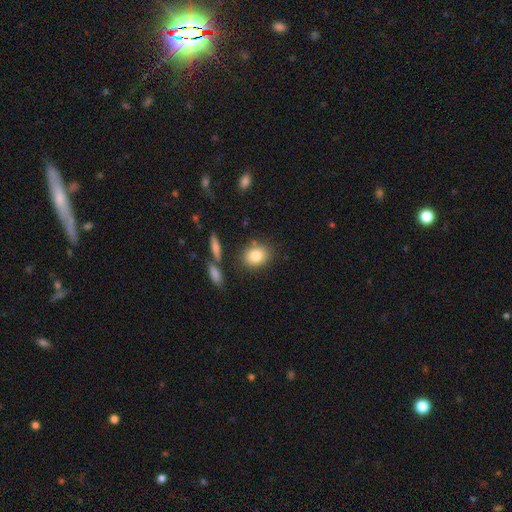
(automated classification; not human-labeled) smooth 82%, featured or disk 9%, star or artifact 8%. Down the decision tree: how rounded — in between (56%); merging — none (78%).